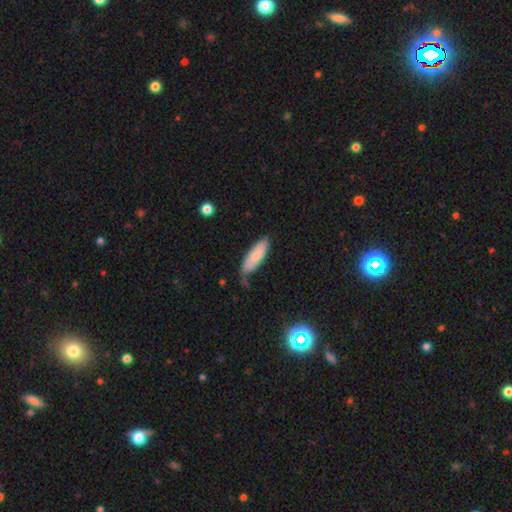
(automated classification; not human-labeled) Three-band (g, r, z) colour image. It shows a smooth galaxy with no disk features (79%) that is in between round and cigar-shaped (53%). Merging: none (60%).